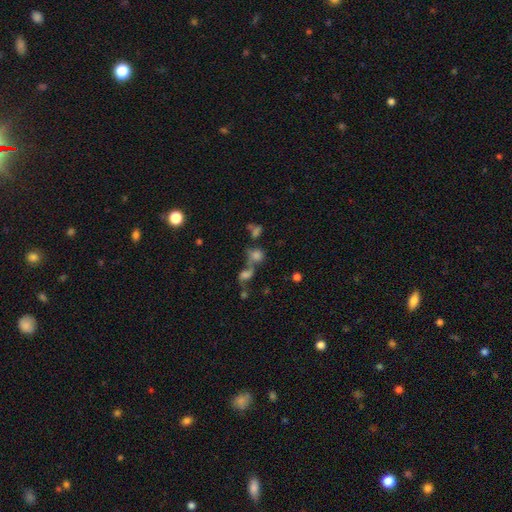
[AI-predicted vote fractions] Morphology: type=smooth (63%); roundness=round (60%); merging=merger (46%).